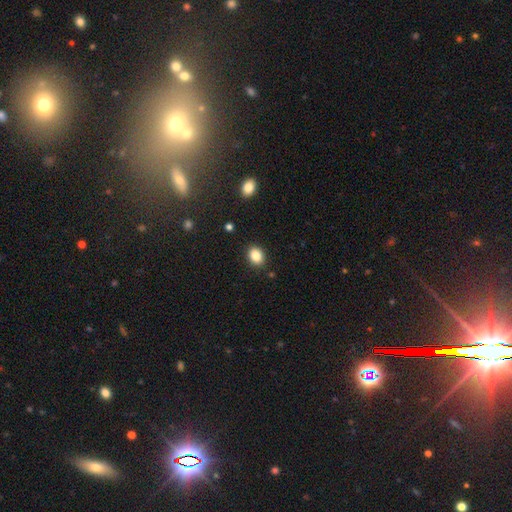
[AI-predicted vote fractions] A smooth galaxy with no disk features (85%) that is in between round and cigar-shaped (56%). Merging: none (89%).